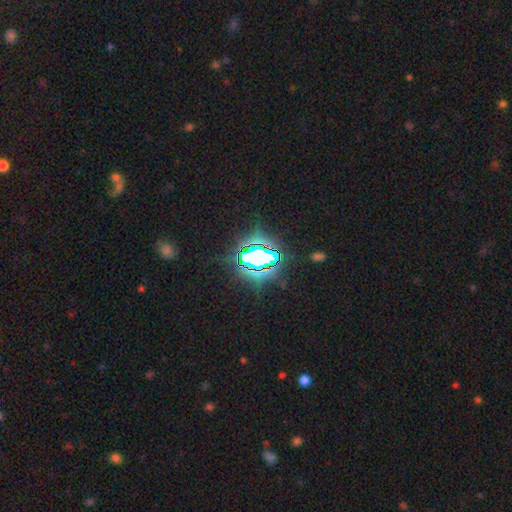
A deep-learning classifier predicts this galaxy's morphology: Smooth or featured? Predicted: star or artifact (p=0.80).